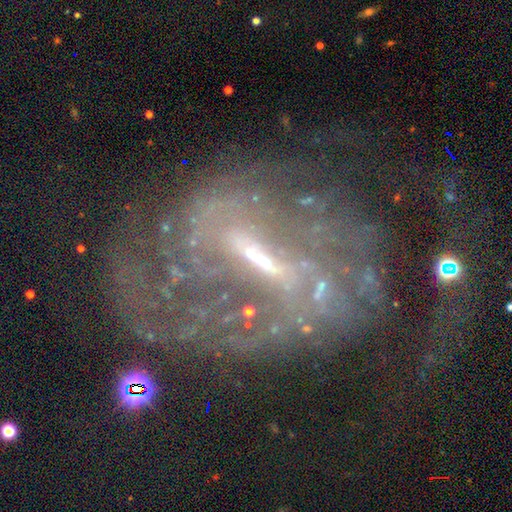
Volunteers were most divided on "spiral arm count": can't tell: 50%, 2: 46%, 1: 4%, 3: 0%, 4: 0%, more than 4: 0%. Remaining: edge-on disk — no (94%); smooth or featured — featured or disk (90%); spiral arms — yes (79%); bar — strong (70%); spiral winding — tight (54%); merging — major disturbance (46%); bulge size — small (42%).